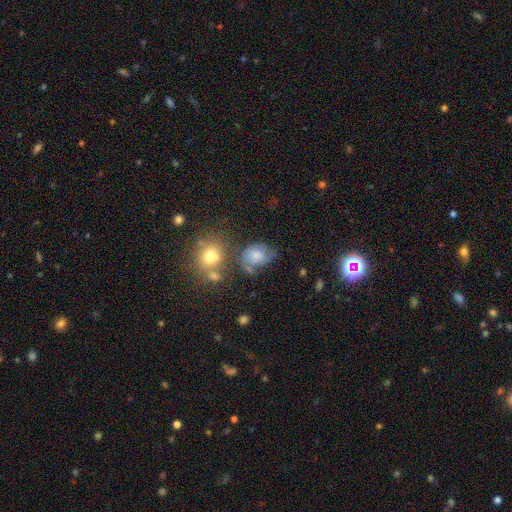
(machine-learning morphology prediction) A smooth galaxy with no disk features (51%) that is in between round and cigar-shaped (52%).

Vote fractions:
- Smooth or featured? smooth: 51% / featured or disk: 36% / star or artifact: 13%
- How rounded? in between: 52% / round: 47% / cigar-shaped: 1%
- Merging? none: 39% / minor disturbance: 26% / major disturbance: 22% / merger: 13%